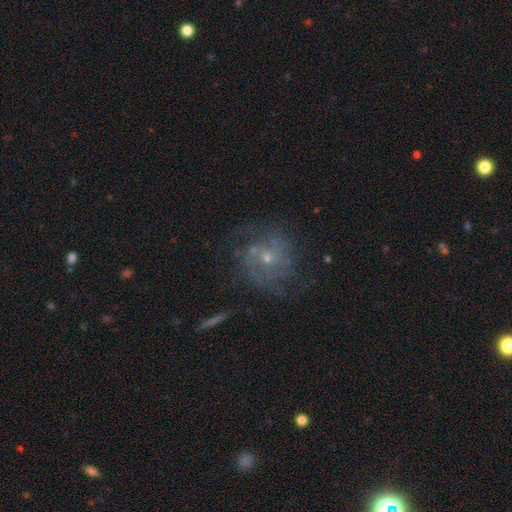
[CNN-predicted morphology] This appears to be a featured or disk galaxy (67%) with no bar (74%), tight (42%) spiral arms (80%) and a small central bulge (68%). Merging: none (67%).